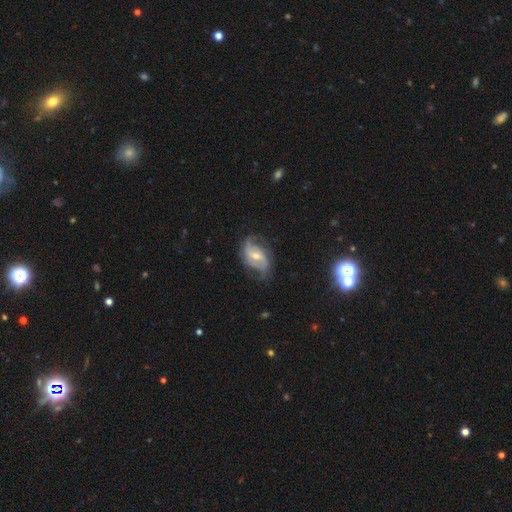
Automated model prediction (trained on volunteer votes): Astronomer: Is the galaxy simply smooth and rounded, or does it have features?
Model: featured or disk — 77%.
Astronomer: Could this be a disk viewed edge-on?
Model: no — 96%.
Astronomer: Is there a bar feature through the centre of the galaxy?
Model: weak — 47% (runner-up: no, 29%).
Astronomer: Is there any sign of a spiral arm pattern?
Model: yes — 91%.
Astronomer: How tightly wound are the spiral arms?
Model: loose — 45% (runner-up: medium, 38%).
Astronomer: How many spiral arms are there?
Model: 2 — 75%.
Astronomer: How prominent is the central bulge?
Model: small — 49% (runner-up: moderate, 47%).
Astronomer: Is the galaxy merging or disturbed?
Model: none — 60%.